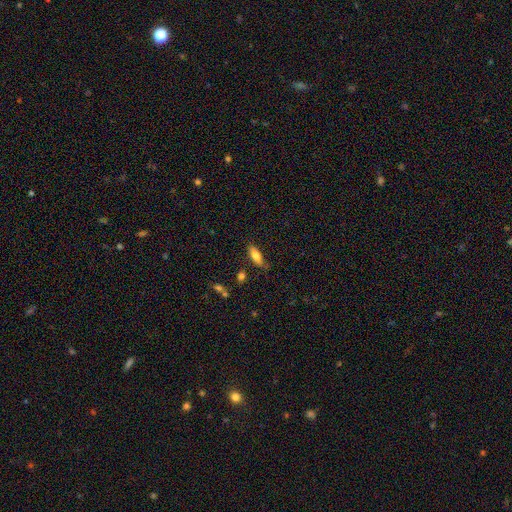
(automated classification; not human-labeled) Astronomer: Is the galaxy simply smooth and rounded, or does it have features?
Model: smooth — 70%.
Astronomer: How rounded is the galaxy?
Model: in between — 66%.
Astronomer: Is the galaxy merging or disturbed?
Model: none — 75%.